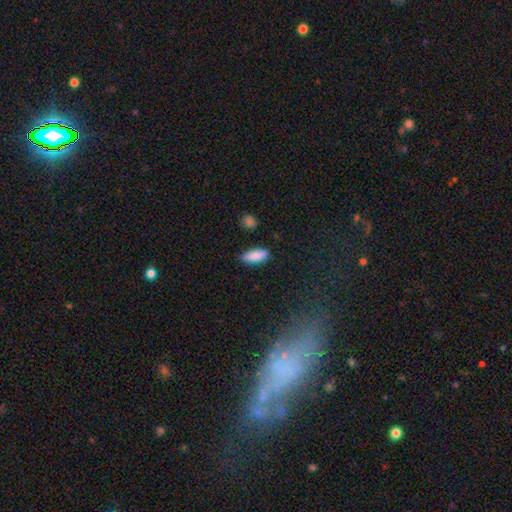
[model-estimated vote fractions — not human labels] Smooth or featured: smooth — 86% (featured or disk — 7%)
How rounded: in between — 77% (cigar-shaped — 21%)
Merging: none — 83% (minor disturbance — 13%)